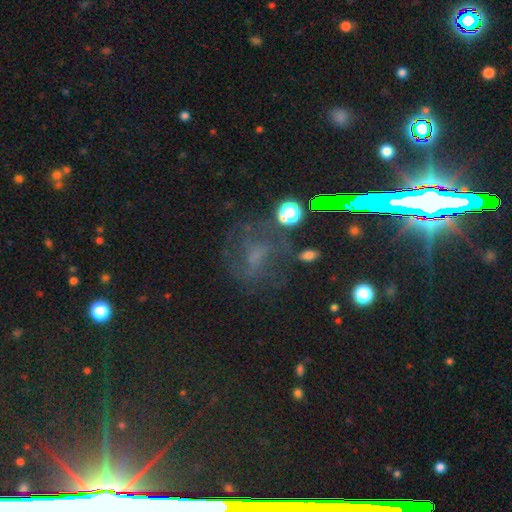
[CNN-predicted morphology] This appears to be a star or artifact, not a galaxy (40%).